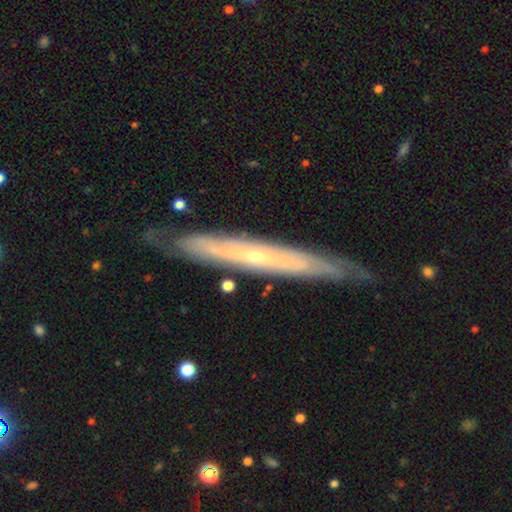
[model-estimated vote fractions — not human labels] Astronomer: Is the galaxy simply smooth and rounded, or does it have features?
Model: featured or disk — 75%.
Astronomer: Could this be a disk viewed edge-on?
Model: yes — 75%.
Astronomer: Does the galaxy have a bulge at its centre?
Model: rounded — 54% (runner-up: none, 44%).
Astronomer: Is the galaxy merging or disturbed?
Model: none — 80%.